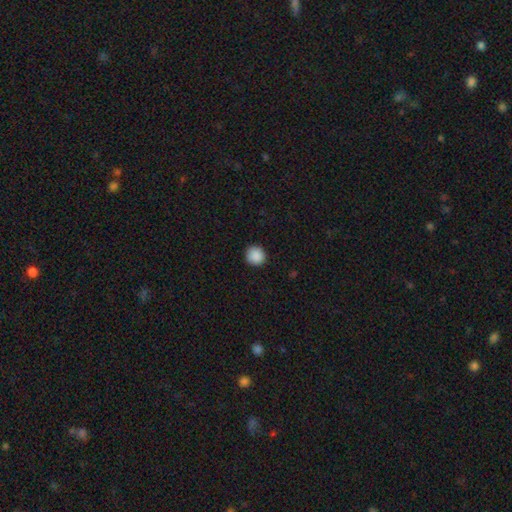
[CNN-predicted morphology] Smooth or featured? Predicted: smooth (p=0.89). How rounded? Predicted: round (p=0.92). Merging? Predicted: none (p=0.90).